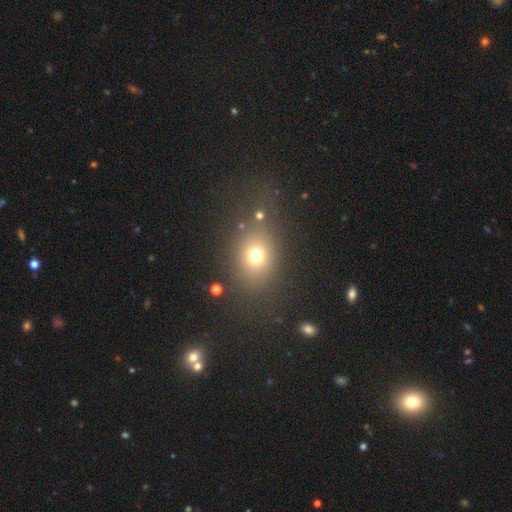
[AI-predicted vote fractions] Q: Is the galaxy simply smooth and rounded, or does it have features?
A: smooth — 72%.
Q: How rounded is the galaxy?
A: round — 55%.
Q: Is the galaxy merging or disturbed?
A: none — 74%.